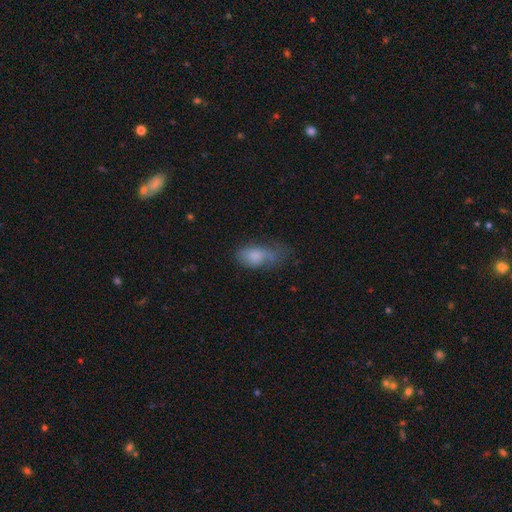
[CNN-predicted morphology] Smooth or featured?
  - smooth: 76% *
  - featured or disk: 15%
  - star or artifact: 8%
How rounded?
  - in between: 89% *
  - round: 6%
  - cigar-shaped: 5%
Merging?
  - minor disturbance: 34% *
  - none: 32%
  - major disturbance: 30%
  - merger: 4%